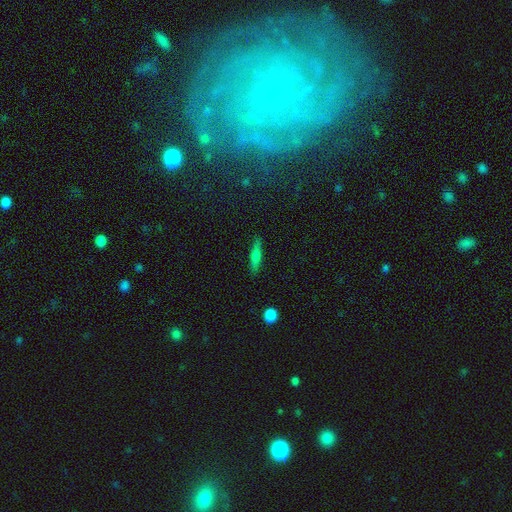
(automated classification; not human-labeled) The model was most divided on "smooth or featured": smooth: 56%, featured or disk: 36%, star or artifact: 8%. More confident: merging — none (88%); how rounded — cigar-shaped (83%).